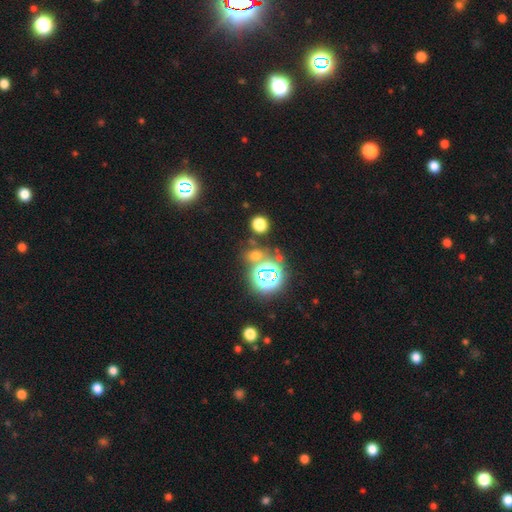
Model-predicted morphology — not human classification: A star or artifact, not a galaxy (49%).

Vote fractions:
- Smooth or featured? star or artifact: 49% / smooth: 43% / featured or disk: 8%